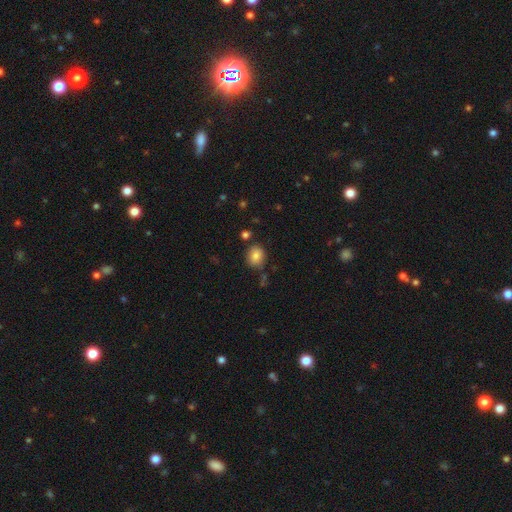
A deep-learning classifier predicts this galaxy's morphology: Overall: smooth (83%). How rounded: round (69%; in between 31%). Merging: none (77%).